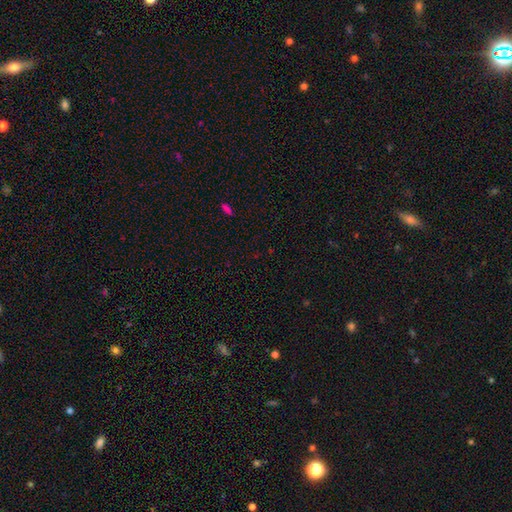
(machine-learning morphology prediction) A star or artifact, not a galaxy (61%).